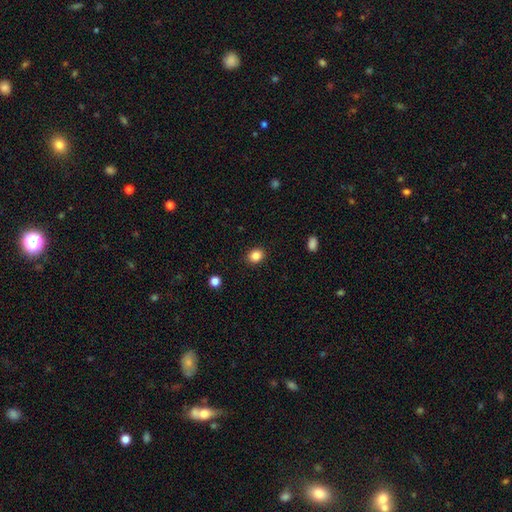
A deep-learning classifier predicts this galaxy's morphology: This appears to be a smooth galaxy with no disk features (86%) that is round (59%). Merging: none (90%).